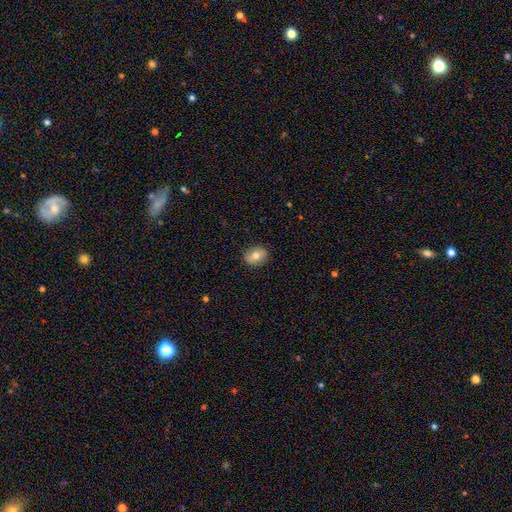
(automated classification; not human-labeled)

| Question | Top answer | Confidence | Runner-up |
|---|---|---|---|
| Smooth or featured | smooth | 72% | featured or disk (19%) |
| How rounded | in between | 64% | round (34%) |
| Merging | none | 86% | minor disturbance (10%) |